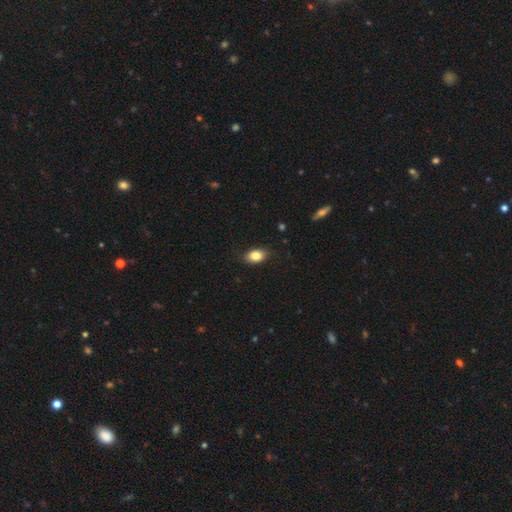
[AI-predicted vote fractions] Smooth or featured: smooth — 84% (featured or disk — 8%)
How rounded: in between — 84% (round — 14%)
Merging: none — 83% (minor disturbance — 13%)